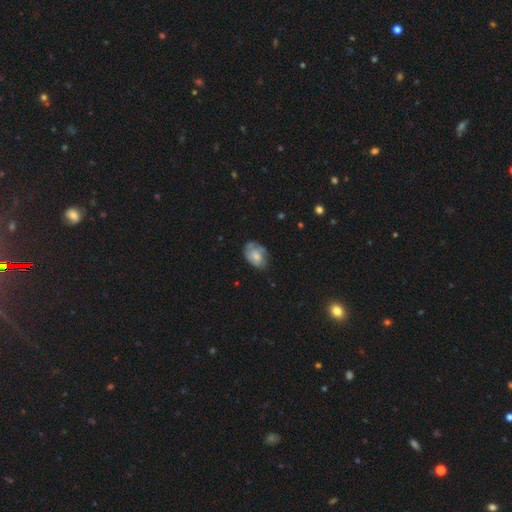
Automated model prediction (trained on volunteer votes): smooth_or_featured: featured or disk (p=0.46) [tied with: smooth p=0.46]
merging: none (p=0.55) [alt: minor disturbance p=0.30]